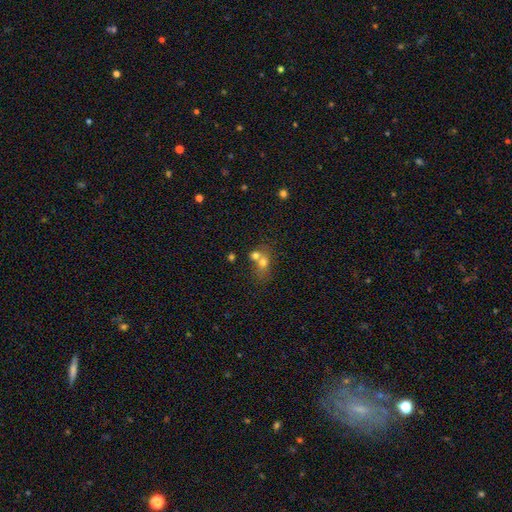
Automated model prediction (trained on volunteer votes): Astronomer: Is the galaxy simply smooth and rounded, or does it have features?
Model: smooth — 68%.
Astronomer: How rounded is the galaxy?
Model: round — 55% (runner-up: in between, 44%).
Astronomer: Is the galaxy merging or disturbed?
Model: merger — 57%.